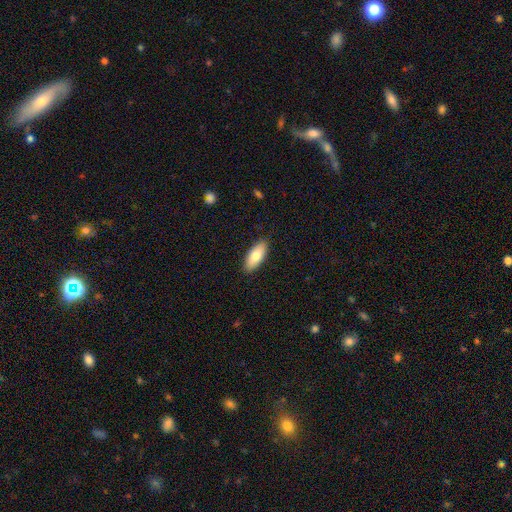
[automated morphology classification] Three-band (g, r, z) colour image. It shows a smooth galaxy with no disk features (78%) that is in between round and cigar-shaped (81%). Merging: none (89%).